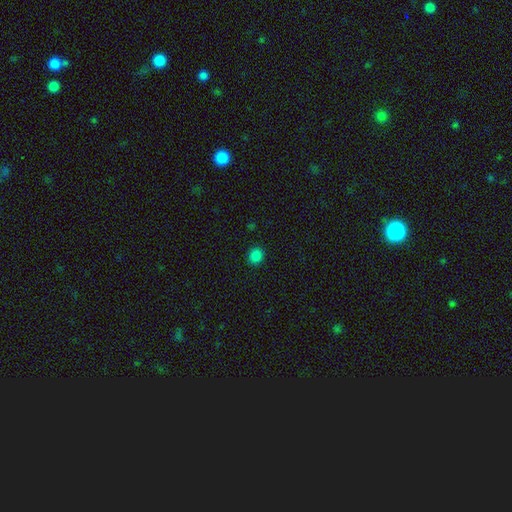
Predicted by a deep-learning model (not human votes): Smooth or featured: smooth — 84% (star or artifact — 13%)
How rounded: round — 77% (in between — 22%)
Merging: none — 91% (minor disturbance — 6%)